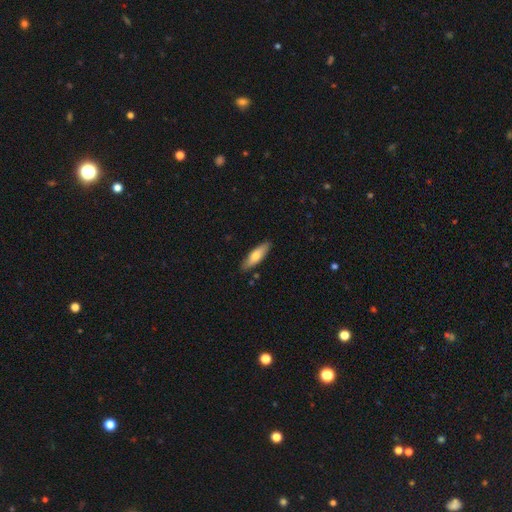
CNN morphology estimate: The model was most divided on "how rounded": cigar-shaped: 53%, in between: 45%, round: 2%. More confident: merging — none (87%); smooth or featured — smooth (70%).